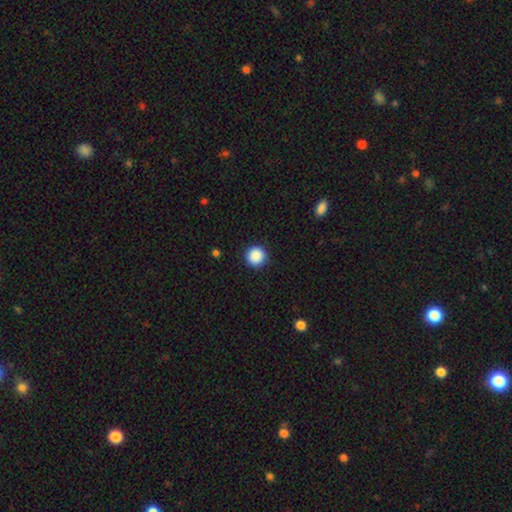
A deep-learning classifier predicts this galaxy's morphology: This is clearly a smooth galaxy (88%). How rounded: clearly round (96%). Merging: clearly none (92%).